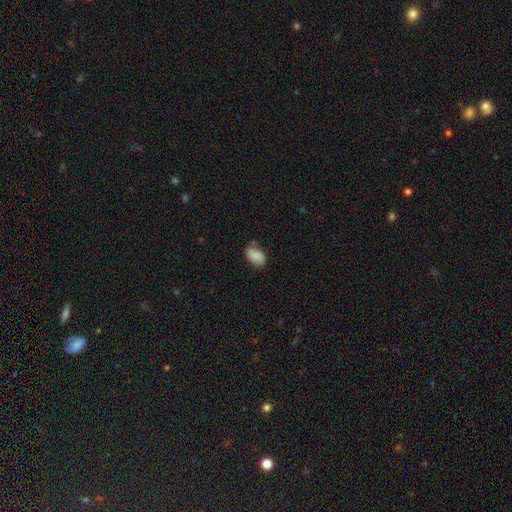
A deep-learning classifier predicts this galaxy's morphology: type=smooth (83%); roundness=in between (90%); merging=none (64%).